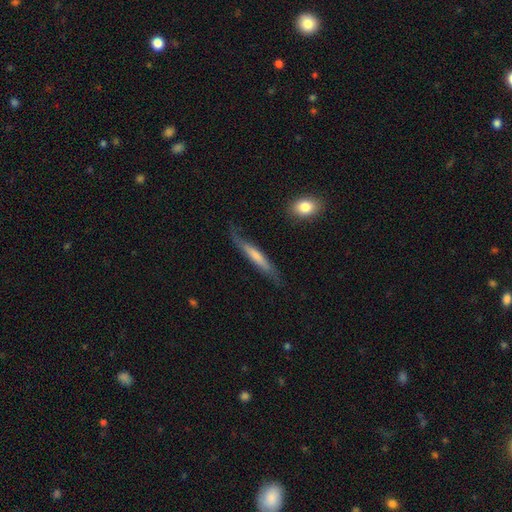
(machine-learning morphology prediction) Smooth or featured: smooth — 47% (featured or disk — 46%)
Merging: none — 70% (minor disturbance — 21%)